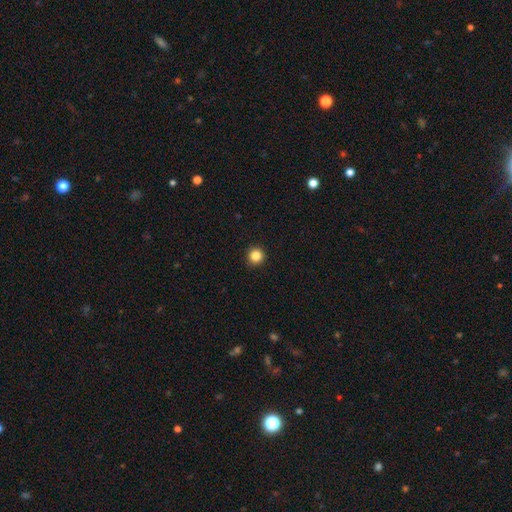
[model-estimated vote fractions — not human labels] Morphology: type=smooth (85%); roundness=round (96%); merging=none (93%).